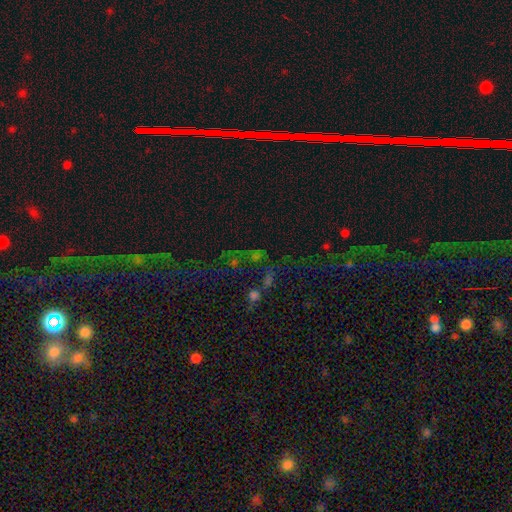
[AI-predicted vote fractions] Smooth or featured: star or artifact — 59% (smooth — 26%)